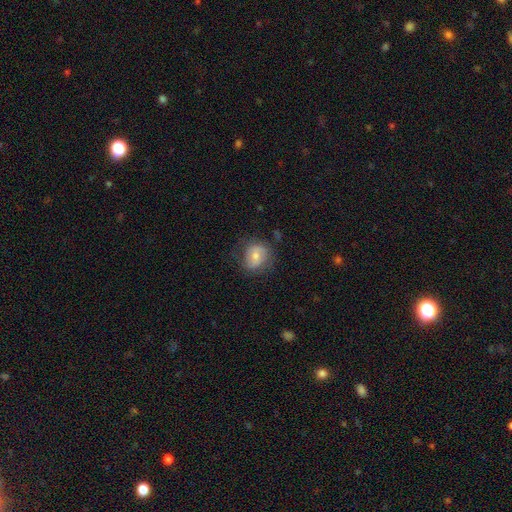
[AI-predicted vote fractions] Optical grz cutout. It shows a smooth galaxy with no disk features (62%) that is round (63%). Merging: none (68%).